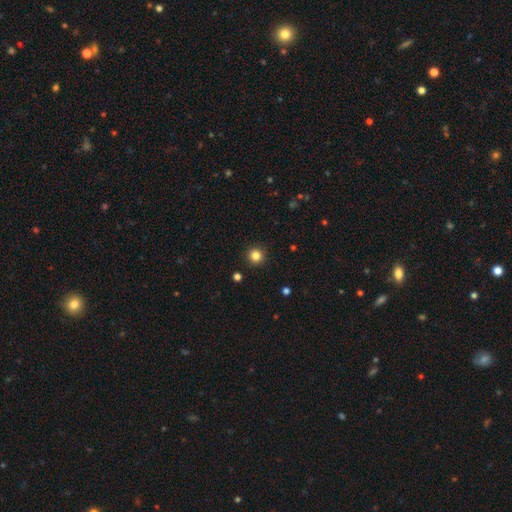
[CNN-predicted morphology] type=smooth (83%); roundness=round (95%); merging=none (92%).